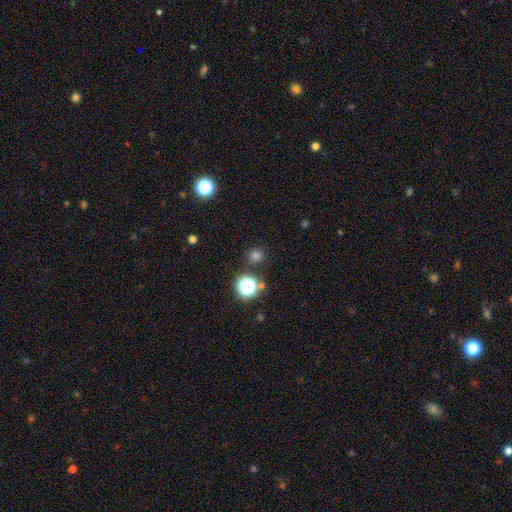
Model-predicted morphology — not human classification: The model was most divided on "smooth or featured": smooth: 74%, star or artifact: 22%, featured or disk: 5%. More confident: how rounded — round (93%); merging — none (87%).